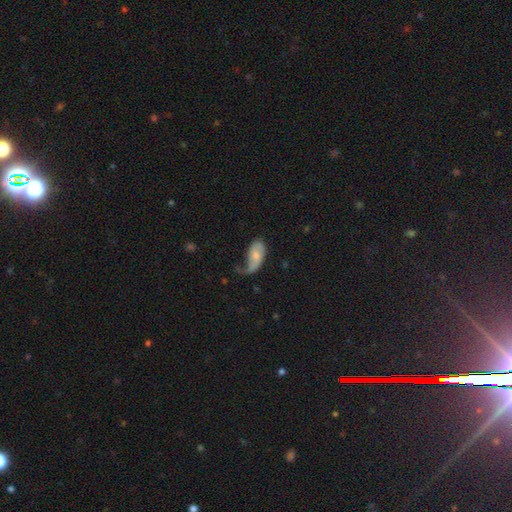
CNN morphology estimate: Overall: smooth (49%; featured or disk 45%). Merging: major disturbance (37%; minor disturbance 31%).